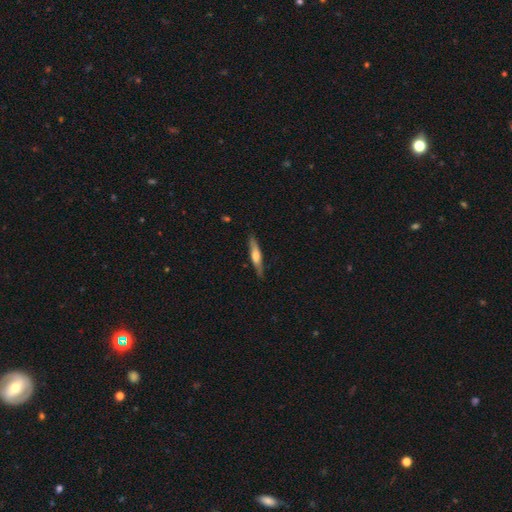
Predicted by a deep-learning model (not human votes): Q: Smooth or featured?
A: featured or disk (48%); runner-up: smooth (47%)
Q: Merging?
A: none (85%); runner-up: minor disturbance (11%)